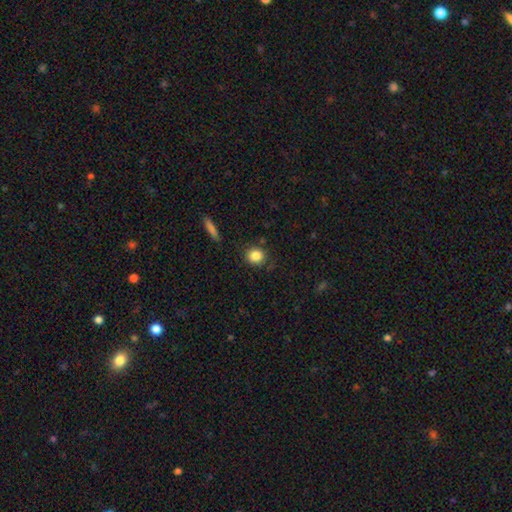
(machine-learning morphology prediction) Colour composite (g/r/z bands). It shows a smooth galaxy with no disk features (84%) that is round (83%). Merging: none (83%).